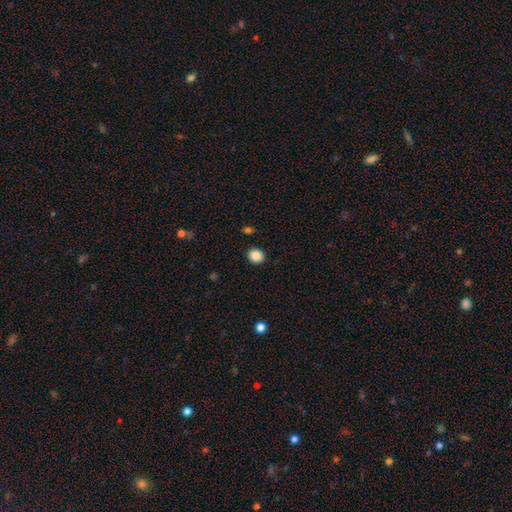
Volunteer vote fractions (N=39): Smooth or featured? 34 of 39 (87%) said smooth. How rounded? 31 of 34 (91%) said round. Merging? 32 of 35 (91%) said none.